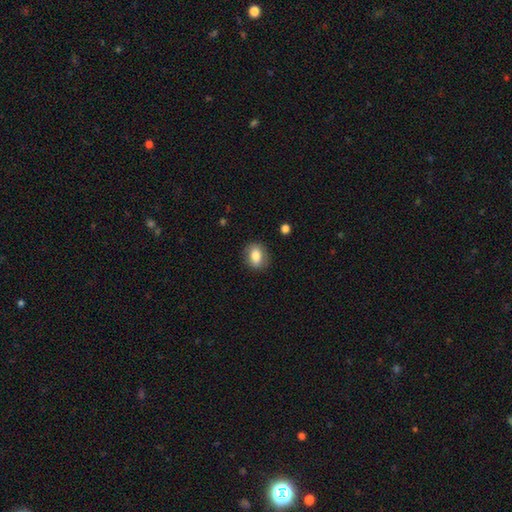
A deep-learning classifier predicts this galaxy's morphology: A smooth galaxy with no disk features (80%) that is in between round and cigar-shaped (64%).

Vote fractions:
- Smooth or featured? smooth: 80% / featured or disk: 12% / star or artifact: 8%
- How rounded? in between: 64% / round: 34% / cigar-shaped: 2%
- Merging? none: 83% / minor disturbance: 12% / major disturbance: 3% / merger: 1%